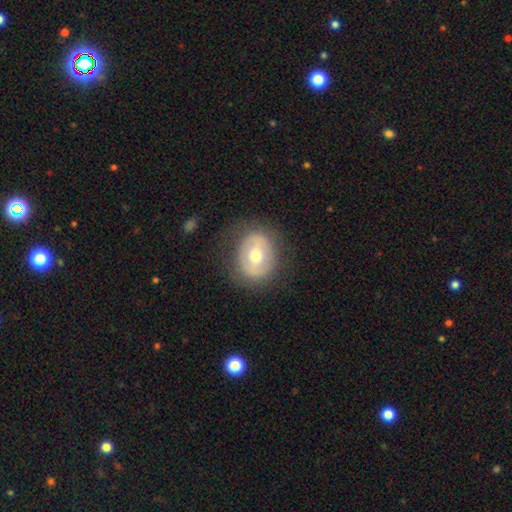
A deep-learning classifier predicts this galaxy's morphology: The model was most divided on "smooth or featured": featured or disk: 48%, smooth: 45%, star or artifact: 7%. More confident: merging — none (77%).